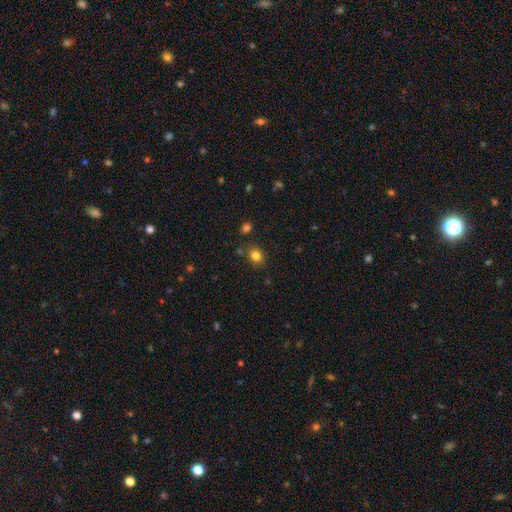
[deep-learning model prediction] Morphology: type=smooth (82%); roundness=round (66%); merging=none (80%).